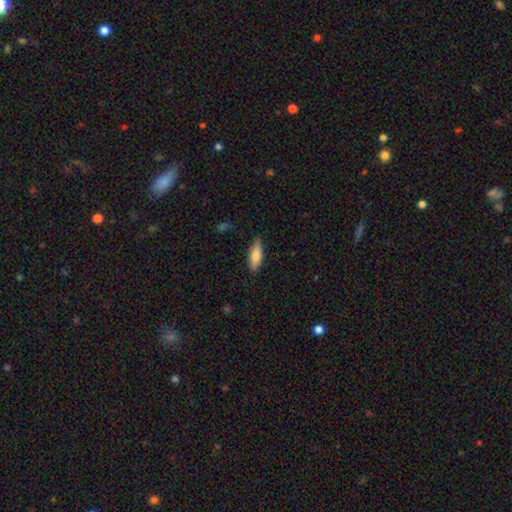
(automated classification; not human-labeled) smooth 79%, featured or disk 16%, star or artifact 6%. Down the decision tree: how rounded — in between (64%); merging — none (83%).